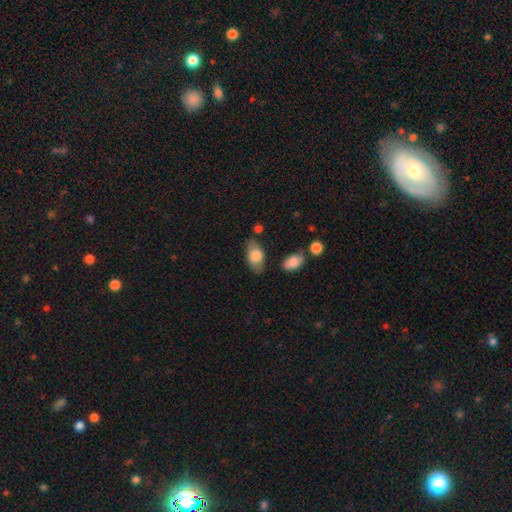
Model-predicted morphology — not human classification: This is likely a smooth galaxy (76%). How rounded: clearly in between (91%). Merging: likely none (74%).